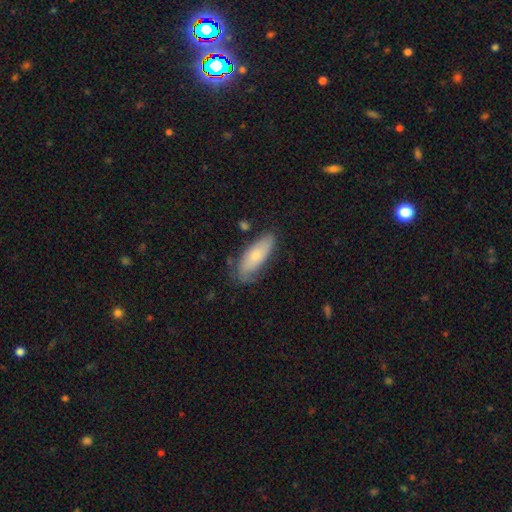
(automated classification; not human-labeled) The model was most divided on "smooth or featured": smooth: 67%, featured or disk: 26%, star or artifact: 6%. More confident: how rounded — in between (70%); merging — none (66%).